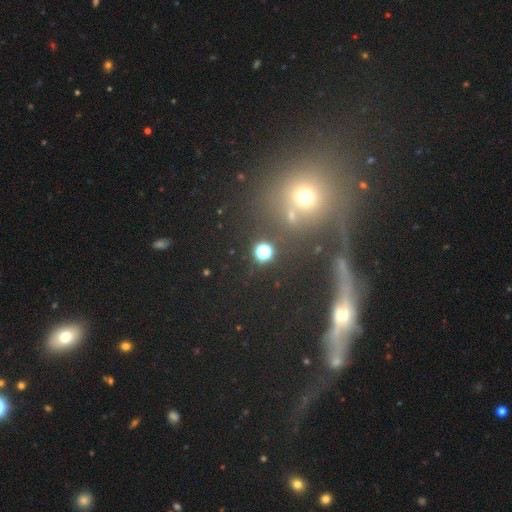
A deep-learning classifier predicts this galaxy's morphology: type=smooth (41%); merging=none (58%).